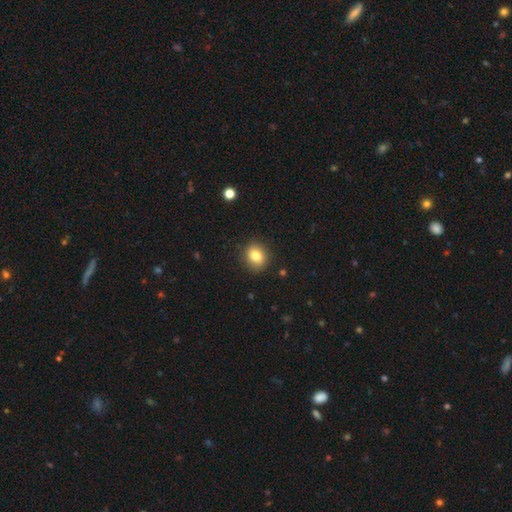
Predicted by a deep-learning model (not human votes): smooth 82%, star or artifact 10%, featured or disk 8%. Down the decision tree: how rounded — round (68%); merging — none (88%).